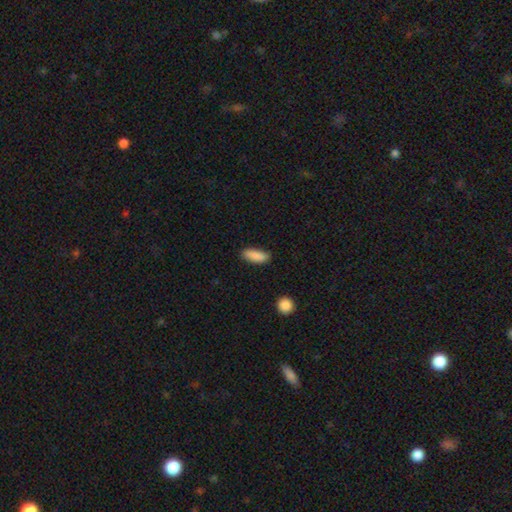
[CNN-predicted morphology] Smooth or featured? Predicted: smooth (p=0.89). How rounded? Predicted: in between (p=0.67). Merging? Predicted: none (p=0.85).